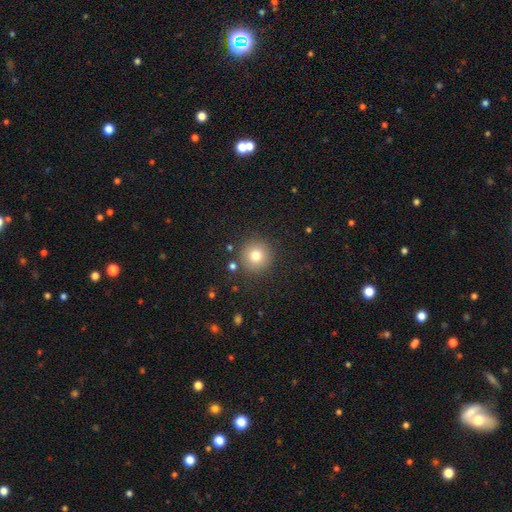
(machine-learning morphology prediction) type=smooth (79%); roundness=round (95%); merging=none (88%).